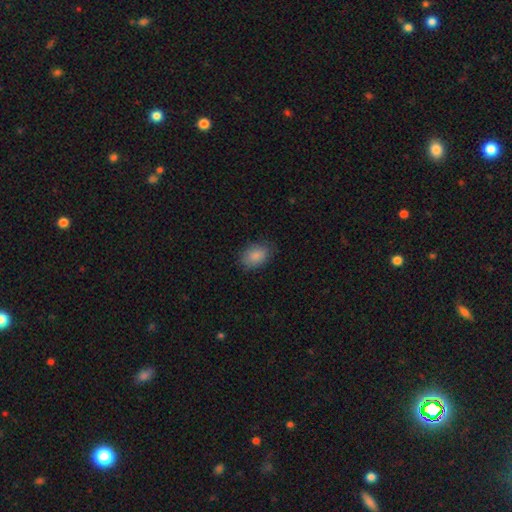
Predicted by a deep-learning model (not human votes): Morphology: type=smooth (86%); roundness=in between (81%); merging=none (82%).